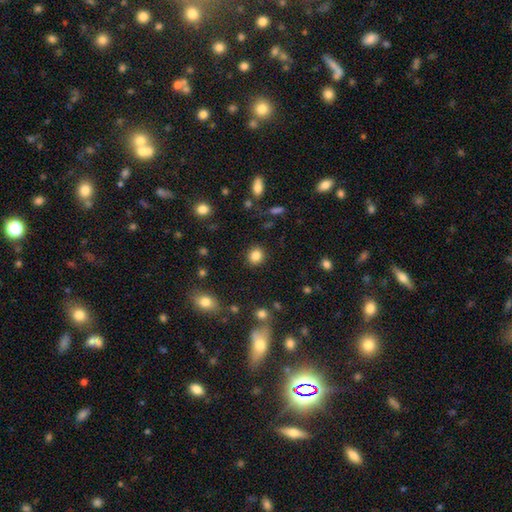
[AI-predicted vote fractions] Q: Smooth or featured?
A: smooth (85%); runner-up: star or artifact (10%)
Q: How rounded?
A: round (80%); runner-up: in between (19%)
Q: Merging?
A: none (89%); runner-up: minor disturbance (7%)